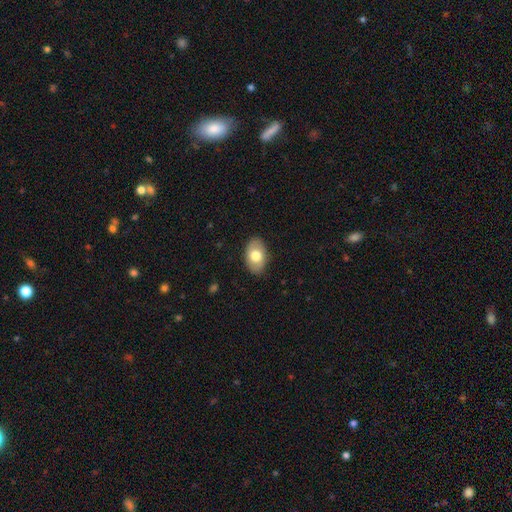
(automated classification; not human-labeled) smooth_or_featured: smooth (p=0.72) [alt: featured or disk p=0.22]
how_rounded: in between (p=0.89) [alt: round p=0.10]
merging: none (p=0.86) [alt: minor disturbance p=0.10]